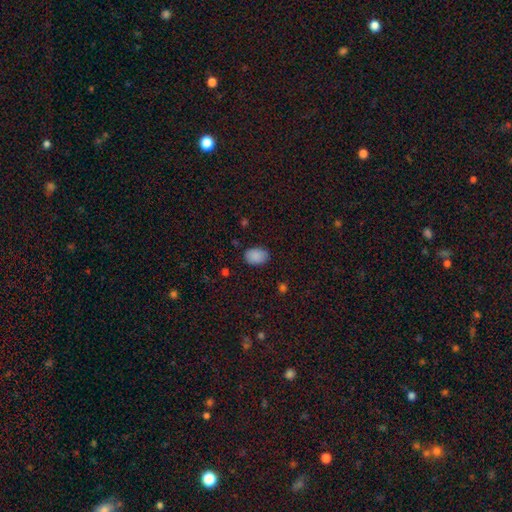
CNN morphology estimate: Smooth or featured: smooth — 87% (star or artifact — 9%)
How rounded: in between — 79% (round — 20%)
Merging: none — 82% (minor disturbance — 14%)